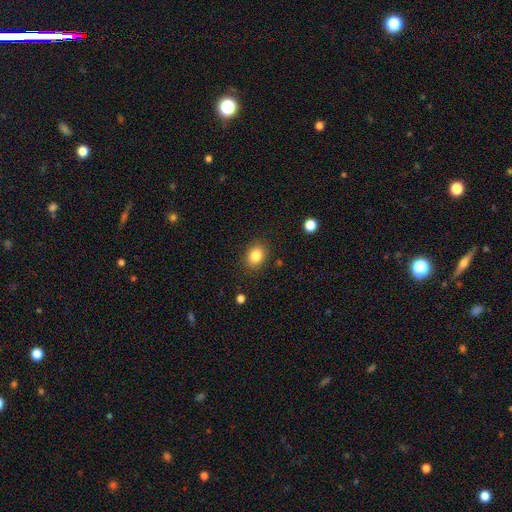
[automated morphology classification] Smooth or featured? Predicted: smooth (p=0.84). How rounded? Predicted: in between (p=0.56). Merging? Predicted: none (p=0.87).